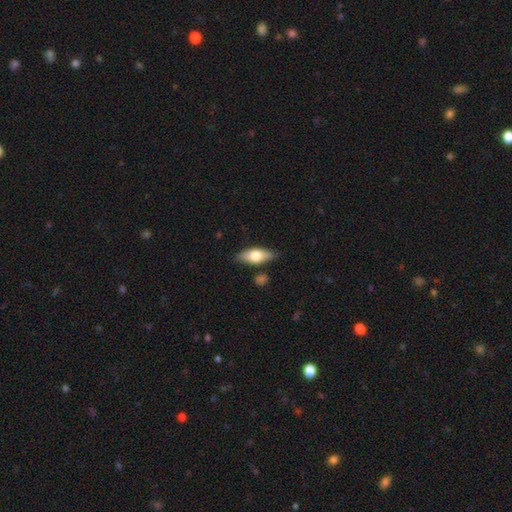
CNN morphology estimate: smooth-or-featured: smooth: 62% | featured or disk: 32% | star or artifact: 6%
  how-rounded: in between: 70% | cigar-shaped: 27% | round: 3%
  merging: none: 82% | minor disturbance: 12% | merger: 4% | major disturbance: 2%